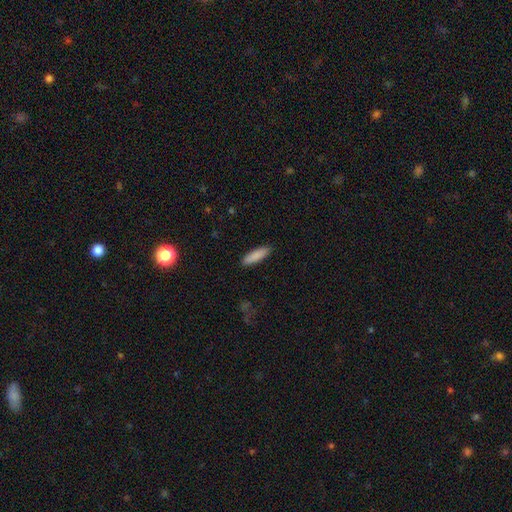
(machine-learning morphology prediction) A smooth galaxy with no disk features (88%) that is cigar-shaped (64%). Merging: none (90%).